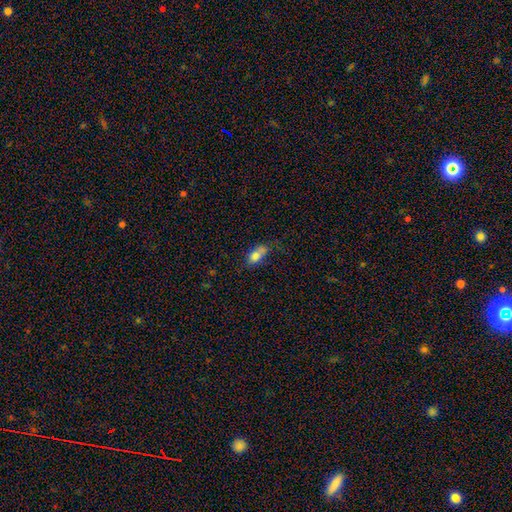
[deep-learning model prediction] A smooth galaxy with no disk features (78%) that is in between round and cigar-shaped (84%).

Vote fractions:
- Smooth or featured? smooth: 78% / featured or disk: 13% / star or artifact: 9%
- How rounded? in between: 84% / round: 9% / cigar-shaped: 7%
- Merging? none: 43% / minor disturbance: 29% / merger: 15% / major disturbance: 13%